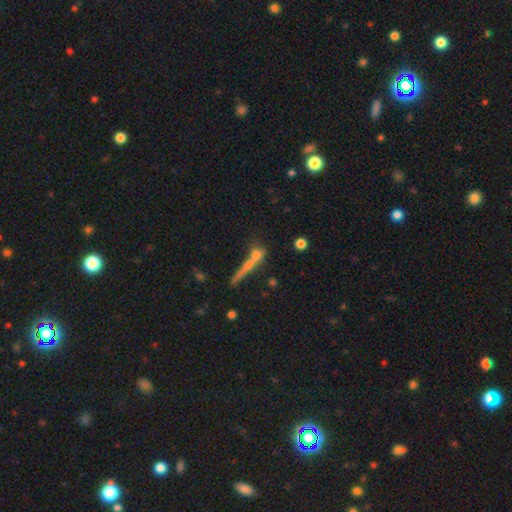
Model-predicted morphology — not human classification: smooth 49%, featured or disk 38%, star or artifact 13%. Down the decision tree: merging — none (45%).